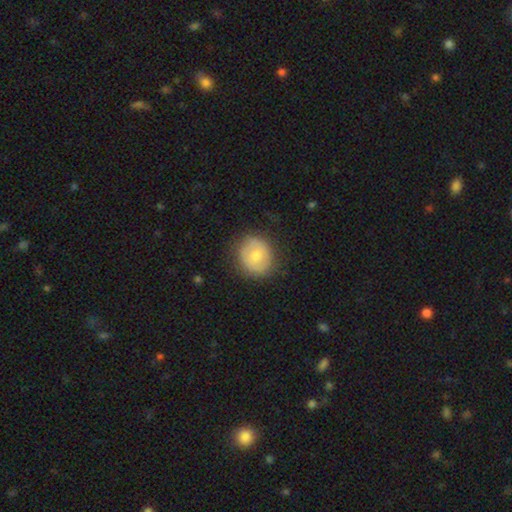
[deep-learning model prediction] A smooth galaxy with no disk features (63%) that is round (82%).

Vote fractions:
- Smooth or featured? smooth: 63% / featured or disk: 31% / star or artifact: 7%
- How rounded? round: 82% / in between: 17% / cigar-shaped: 1%
- Merging? none: 78% / minor disturbance: 15% / major disturbance: 5% / merger: 1%